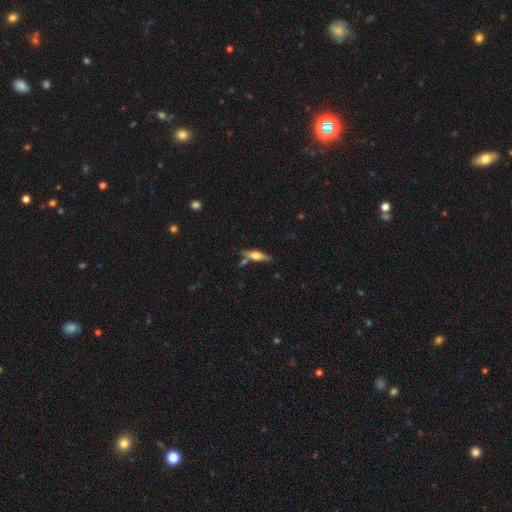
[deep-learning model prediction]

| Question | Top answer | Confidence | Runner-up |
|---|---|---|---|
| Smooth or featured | featured or disk | 47% | smooth (46%) |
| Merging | none | 69% | minor disturbance (15%) |